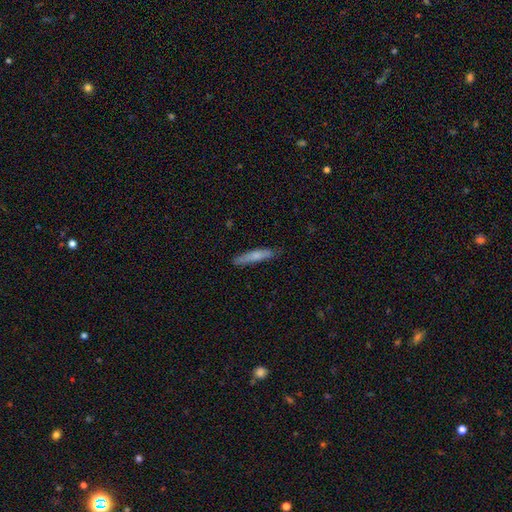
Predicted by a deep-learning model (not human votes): smooth-or-featured: smooth: 67% | featured or disk: 27% | star or artifact: 6%
  how-rounded: cigar-shaped: 90% | in between: 8% | round: 1%
  merging: none: 82% | minor disturbance: 14% | major disturbance: 2% | merger: 1%